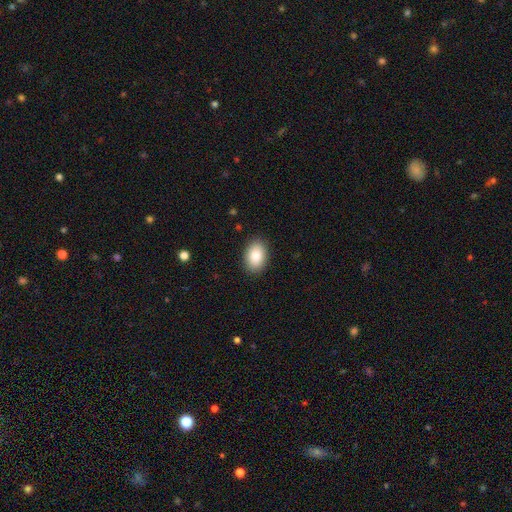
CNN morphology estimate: type=smooth (85%); roundness=in between (85%); merging=none (89%).